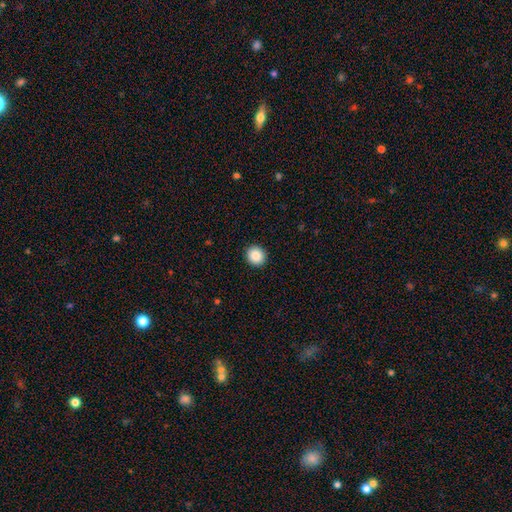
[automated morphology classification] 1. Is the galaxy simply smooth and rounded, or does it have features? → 88% smooth, 9% star or artifact, 4% featured or disk.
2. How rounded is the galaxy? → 89% round, 10% in between, 1% cigar-shaped.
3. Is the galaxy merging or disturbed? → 93% none, 5% minor disturbance, 2% major disturbance, 1% merger.